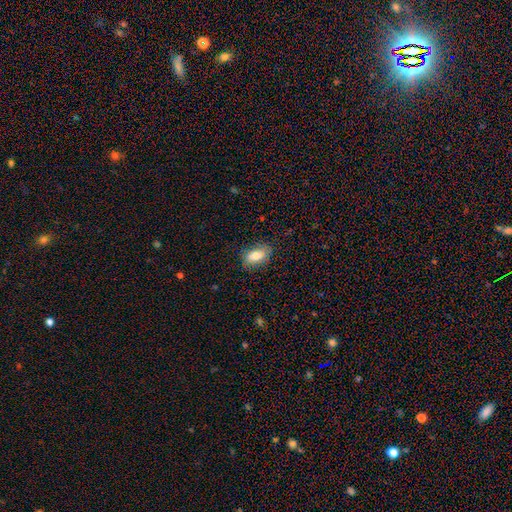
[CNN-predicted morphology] The model was most divided on "smooth or featured": smooth: 77%, featured or disk: 16%, star or artifact: 8%. More confident: how rounded — in between (88%); merging — none (78%).